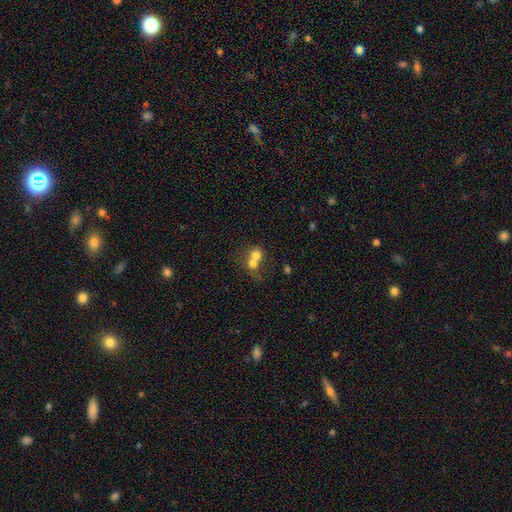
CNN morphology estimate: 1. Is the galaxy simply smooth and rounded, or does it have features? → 69% smooth, 20% featured or disk, 11% star or artifact.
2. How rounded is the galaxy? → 75% round, 24% in between, 1% cigar-shaped.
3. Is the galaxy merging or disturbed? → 71% merger, 21% none, 5% minor disturbance, 3% major disturbance.